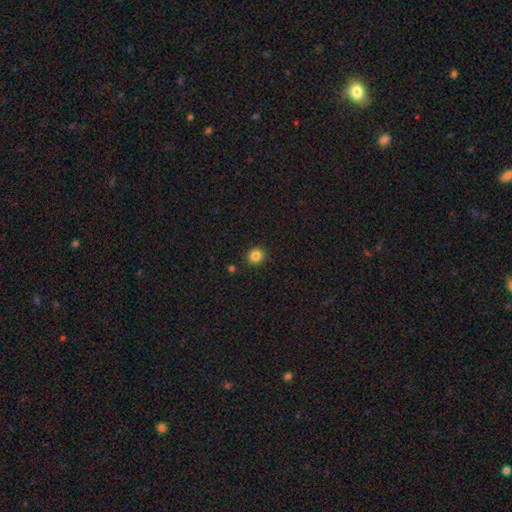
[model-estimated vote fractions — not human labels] smooth_or_featured: smooth (p=0.84) [alt: star or artifact p=0.11]
how_rounded: round (p=0.86) [alt: in between p=0.13]
merging: none (p=0.90) [alt: minor disturbance p=0.06]